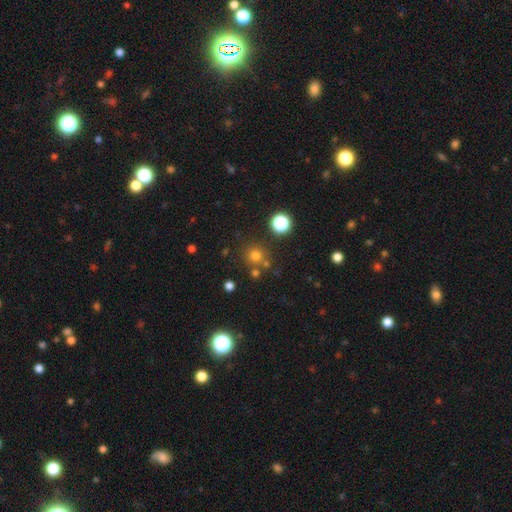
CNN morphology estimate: Overall: smooth (70%). How rounded: round (92%). Merging: none (77%).